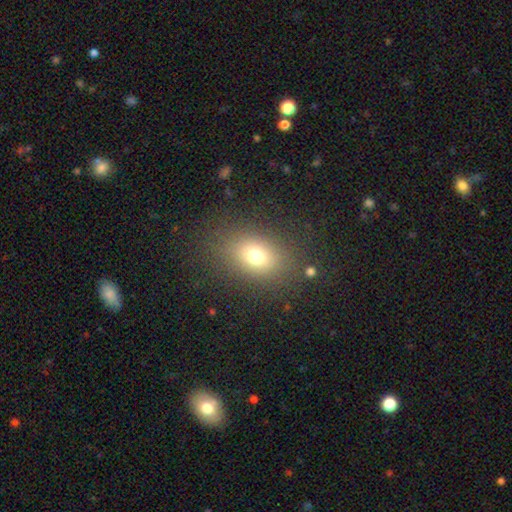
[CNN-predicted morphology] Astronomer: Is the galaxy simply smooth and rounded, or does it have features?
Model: smooth — 71%.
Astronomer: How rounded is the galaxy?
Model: in between — 60% (runner-up: round, 39%).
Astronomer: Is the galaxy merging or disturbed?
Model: none — 82%.